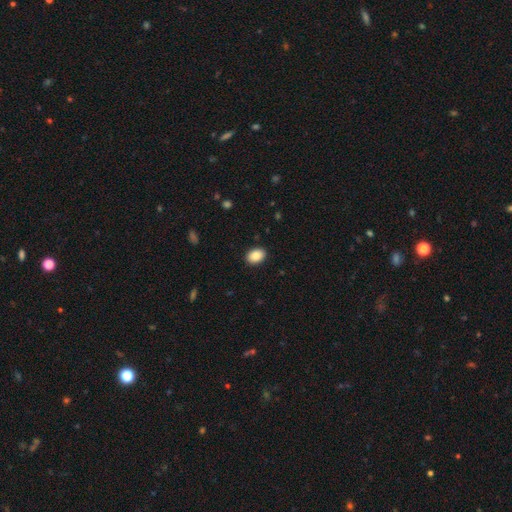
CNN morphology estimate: Smooth or featured?
  - smooth: 86% *
  - star or artifact: 8%
  - featured or disk: 7%
How rounded?
  - in between: 76% *
  - round: 23%
  - cigar-shaped: 1%
Merging?
  - none: 90% *
  - minor disturbance: 7%
  - major disturbance: 2%
  - merger: 1%